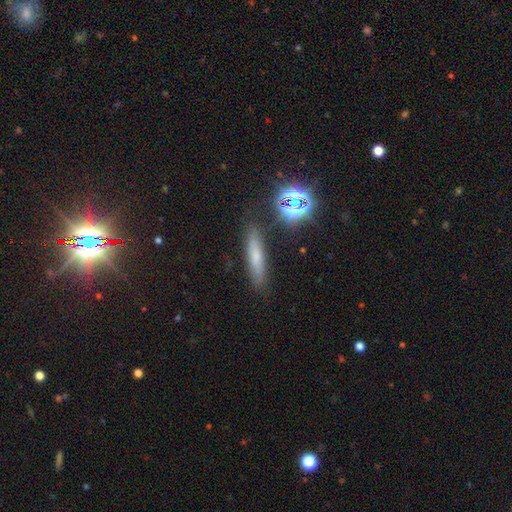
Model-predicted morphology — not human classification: Smooth or featured?
  - smooth: 62% *
  - featured or disk: 22%
  - star or artifact: 17%
How rounded?
  - cigar-shaped: 83% *
  - in between: 13%
  - round: 4%
Merging?
  - none: 85% *
  - minor disturbance: 10%
  - major disturbance: 3%
  - merger: 3%